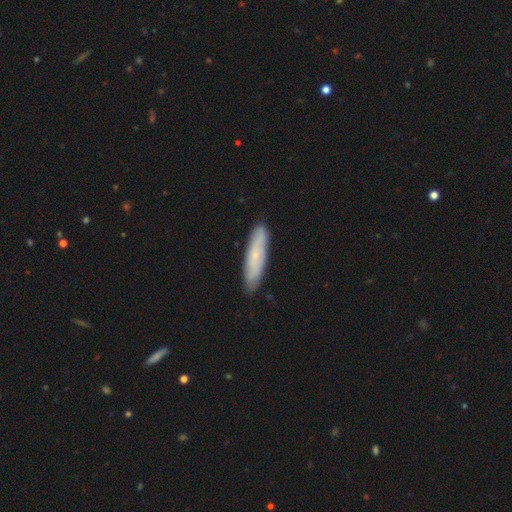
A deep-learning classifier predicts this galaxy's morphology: Smooth or featured? smooth (49%)
Merging? none (86%)